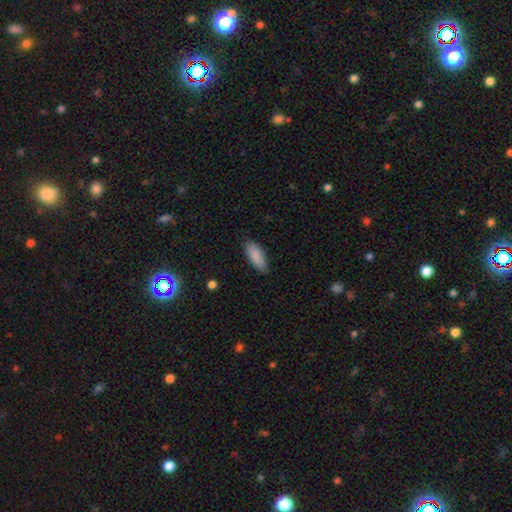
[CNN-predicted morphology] type=smooth (89%); roundness=in between (77%); merging=none (83%).